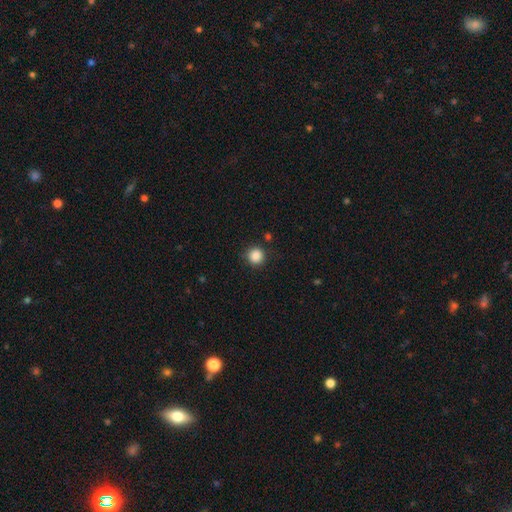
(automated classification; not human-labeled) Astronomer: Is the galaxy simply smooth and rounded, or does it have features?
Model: smooth — 86%.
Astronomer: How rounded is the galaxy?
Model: round — 93%.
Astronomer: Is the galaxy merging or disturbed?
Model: none — 87%.